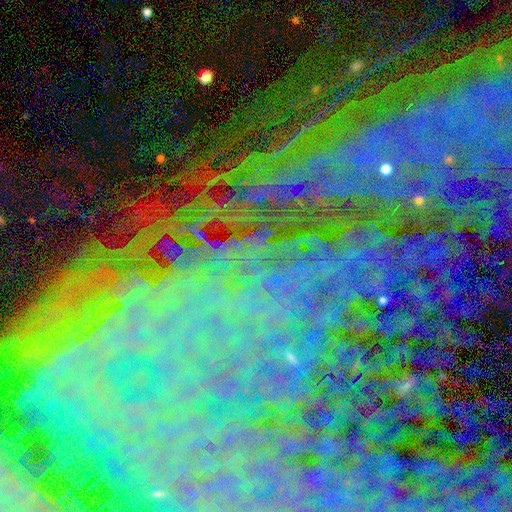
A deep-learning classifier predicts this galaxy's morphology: Smooth or featured? star or artifact (78%)